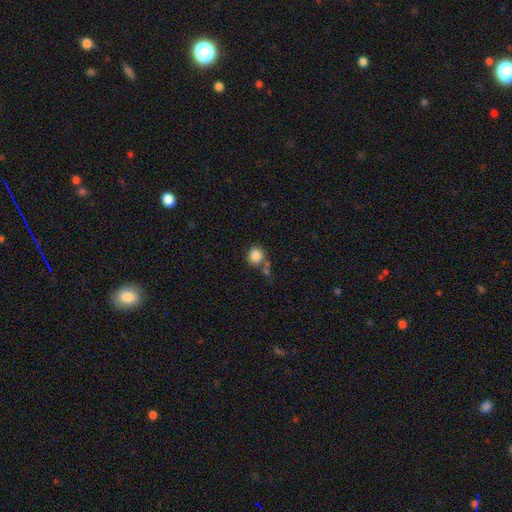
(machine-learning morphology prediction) smooth_or_featured: smooth (p=0.86) [alt: star or artifact p=0.09]
how_rounded: round (p=0.91) [alt: in between p=0.09]
merging: none (p=0.65) [alt: merger p=0.18]